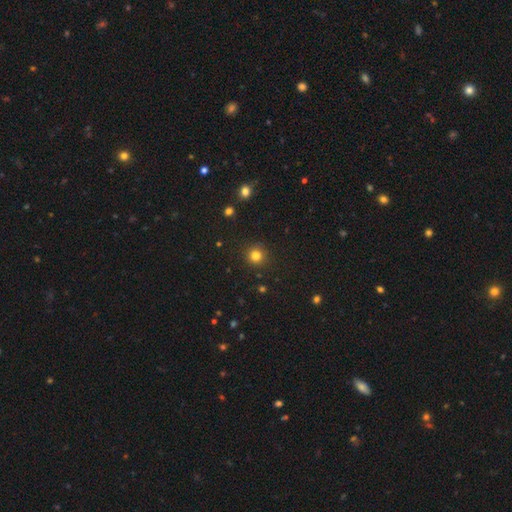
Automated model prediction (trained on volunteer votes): smooth_or_featured: smooth (p=0.82) [alt: star or artifact p=0.13]
how_rounded: round (p=0.94) [alt: in between p=0.05]
merging: none (p=0.90) [alt: minor disturbance p=0.07]